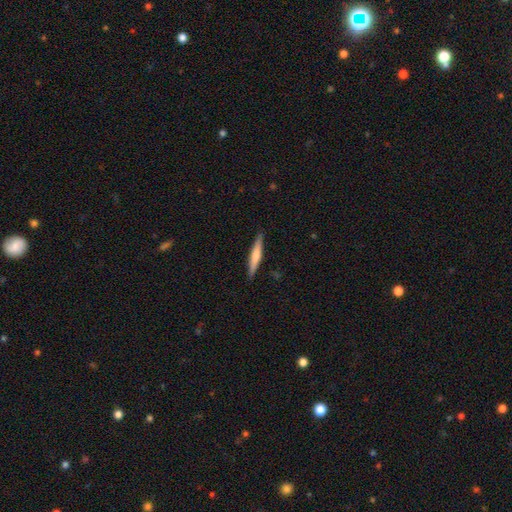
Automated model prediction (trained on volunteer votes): Overall: smooth (53%; featured or disk 42%). How rounded: cigar-shaped (93%). Merging: none (90%).